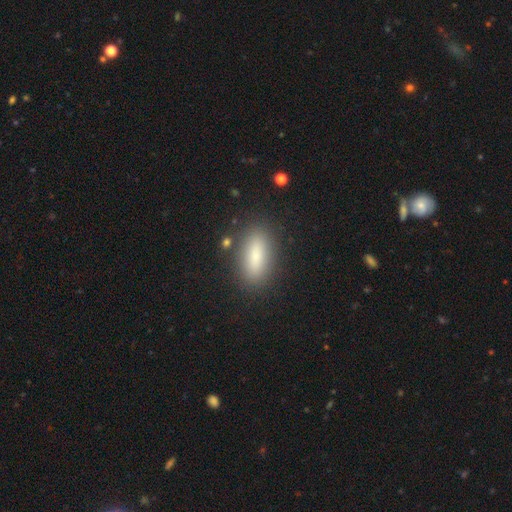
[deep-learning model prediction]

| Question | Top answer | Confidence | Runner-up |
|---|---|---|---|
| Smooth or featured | smooth | 81% | featured or disk (11%) |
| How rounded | in between | 73% | cigar-shaped (23%) |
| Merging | none | 86% | minor disturbance (9%) |